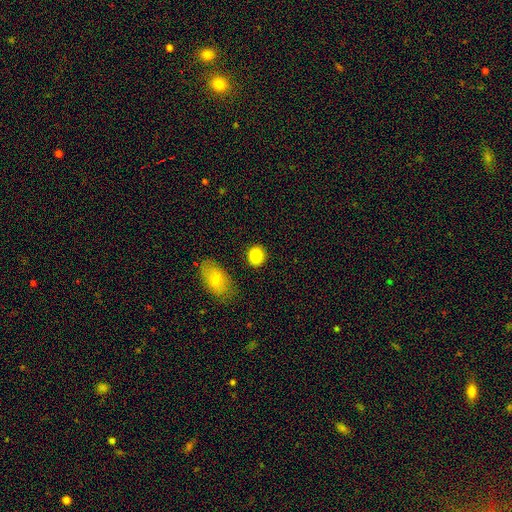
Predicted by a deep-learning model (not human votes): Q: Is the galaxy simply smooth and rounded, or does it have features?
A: smooth — 88%.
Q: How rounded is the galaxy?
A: round — 70%.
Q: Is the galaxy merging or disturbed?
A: none — 87%.